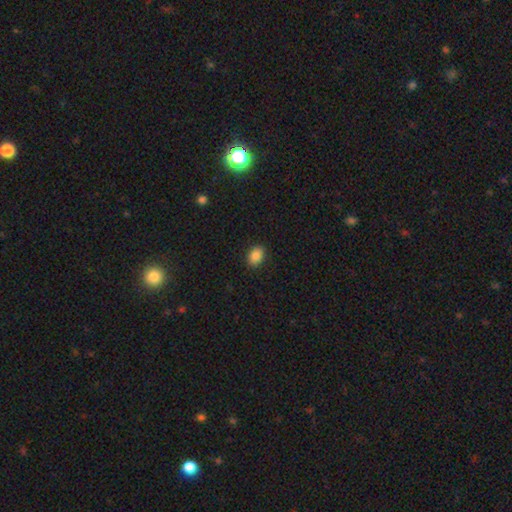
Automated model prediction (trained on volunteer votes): Morphology: type=smooth (85%); roundness=in between (77%); merging=none (89%).